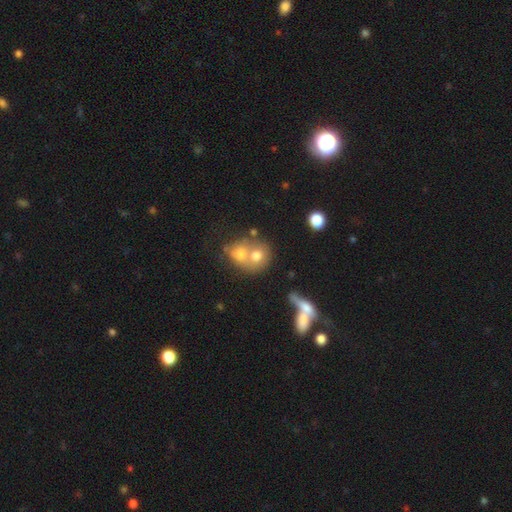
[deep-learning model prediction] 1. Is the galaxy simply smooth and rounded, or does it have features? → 59% smooth, 27% featured or disk, 13% star or artifact.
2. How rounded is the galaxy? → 69% round, 29% in between, 2% cigar-shaped.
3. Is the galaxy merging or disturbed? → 64% merger, 25% none, 7% minor disturbance, 5% major disturbance.